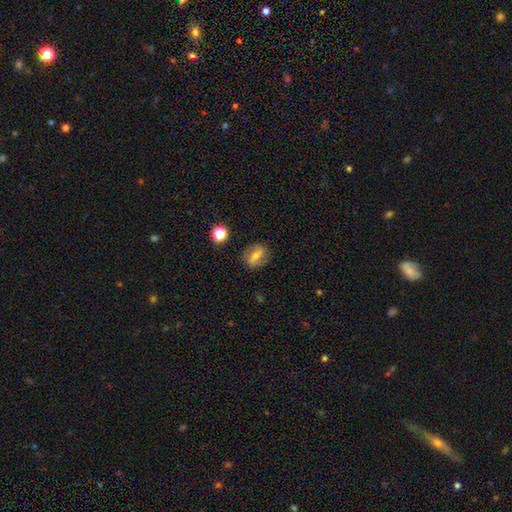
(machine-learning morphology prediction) This appears to be a smooth galaxy with no disk features (57%) that is in between round and cigar-shaped (56%). Merging: none (81%).